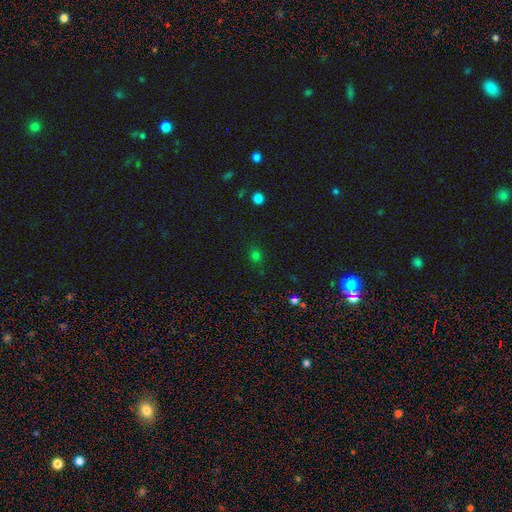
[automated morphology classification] Smooth or featured: smooth — 71% (star or artifact — 24%)
How rounded: round — 81% (in between — 18%)
Merging: none — 84% (minor disturbance — 10%)